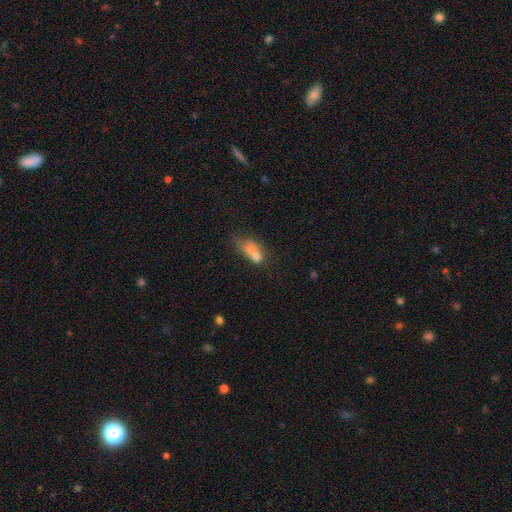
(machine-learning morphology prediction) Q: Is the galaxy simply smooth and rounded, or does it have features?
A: smooth — 64%.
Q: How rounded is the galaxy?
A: in between — 78%.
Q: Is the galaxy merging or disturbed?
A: merger — 32%.